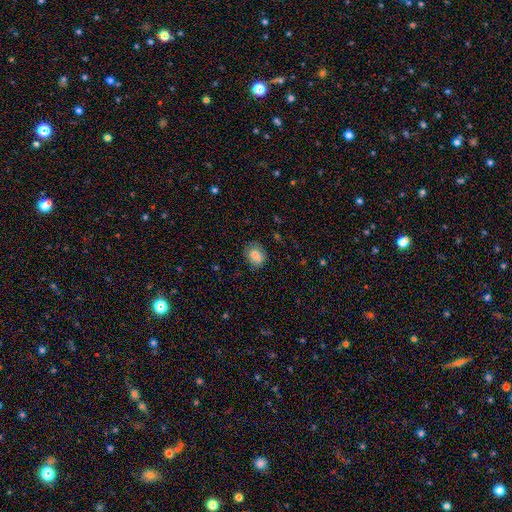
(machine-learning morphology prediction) A smooth galaxy with no disk features (78%) that is round (50%).

Vote fractions:
- Smooth or featured? smooth: 78% / featured or disk: 12% / star or artifact: 9%
- How rounded? round: 50% / in between: 49% / cigar-shaped: 1%
- Merging? none: 71% / minor disturbance: 21% / major disturbance: 5% / merger: 3%